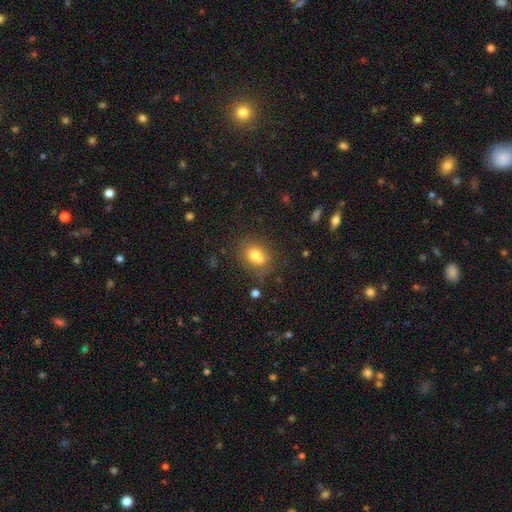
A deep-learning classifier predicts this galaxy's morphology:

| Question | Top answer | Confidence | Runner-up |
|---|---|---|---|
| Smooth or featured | smooth | 75% | featured or disk (13%) |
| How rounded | in between | 63% | round (35%) |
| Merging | none | 61% | minor disturbance (19%) |